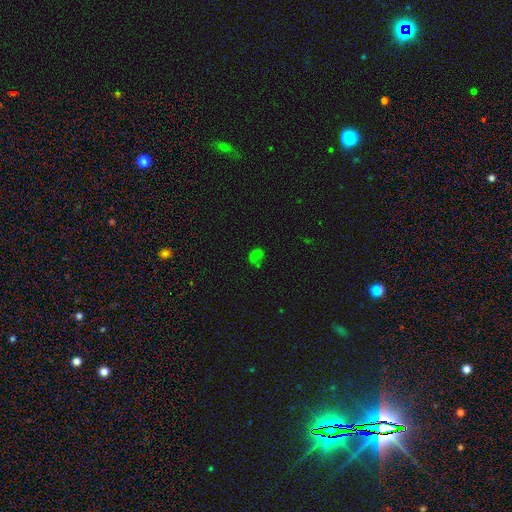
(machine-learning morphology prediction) Q: Smooth or featured?
A: smooth (55%); runner-up: star or artifact (35%)
Q: How rounded?
A: round (52%); runner-up: in between (46%)
Q: Merging?
A: none (56%); runner-up: minor disturbance (22%)